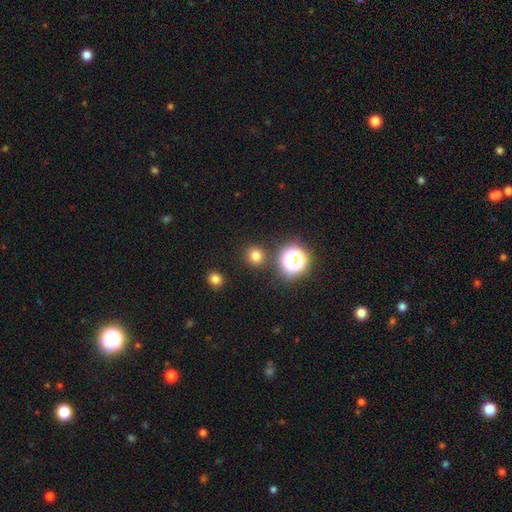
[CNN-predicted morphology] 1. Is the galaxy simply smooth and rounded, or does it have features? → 72% smooth, 22% star or artifact, 6% featured or disk.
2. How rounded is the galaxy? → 91% round, 8% in between, 1% cigar-shaped.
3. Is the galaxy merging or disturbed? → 88% none, 6% minor disturbance, 3% merger, 3% major disturbance.